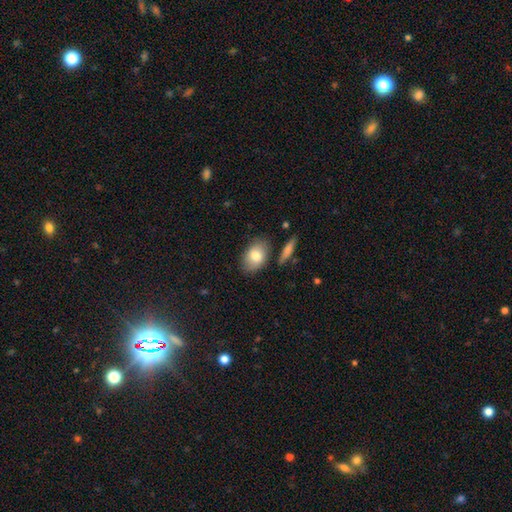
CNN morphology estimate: Smooth or featured? Predicted: smooth (p=0.79). How rounded? Predicted: in between (p=0.86). Merging? Predicted: none (p=0.79).